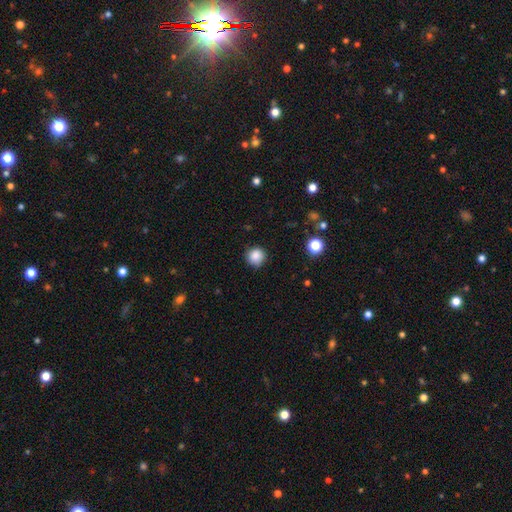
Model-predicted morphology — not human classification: Smooth or featured? smooth (86%)
How rounded? round (94%)
Merging? none (85%)